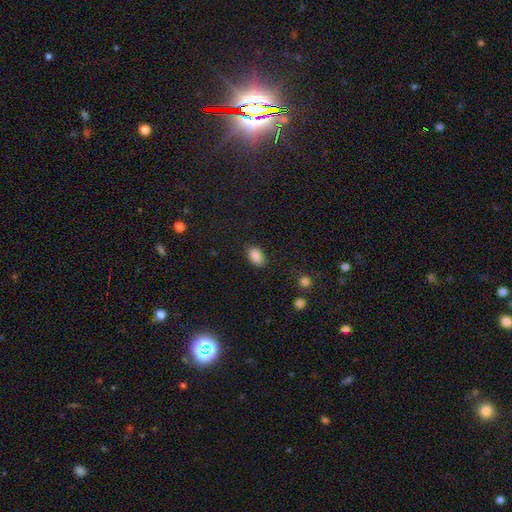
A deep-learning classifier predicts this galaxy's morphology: Smooth or featured: smooth — 88% (star or artifact — 8%)
How rounded: in between — 89% (round — 10%)
Merging: none — 84% (minor disturbance — 12%)